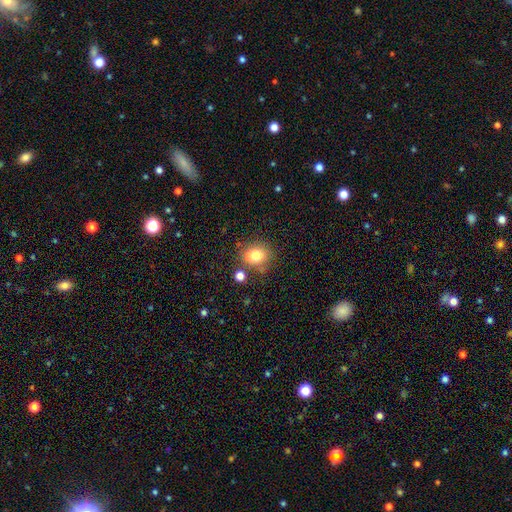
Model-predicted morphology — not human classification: Q: Smooth or featured?
A: smooth (79%); runner-up: star or artifact (11%)
Q: How rounded?
A: round (51%); runner-up: in between (48%)
Q: Merging?
A: none (72%); runner-up: minor disturbance (15%)